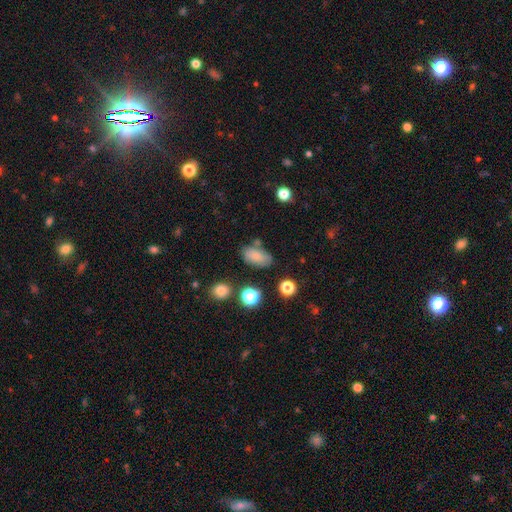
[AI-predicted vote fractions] Smooth or featured? smooth (78%)
How rounded? in between (91%)
Merging? none (66%)